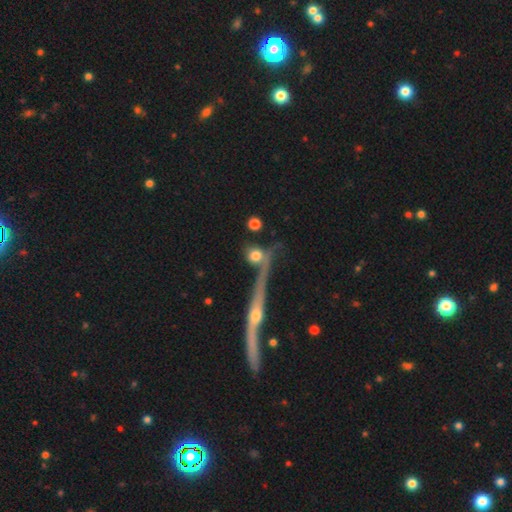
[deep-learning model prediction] Smooth or featured: smooth — 73% (featured or disk — 17%)
How rounded: round — 82% (in between — 12%)
Merging: none — 61% (merger — 20%)